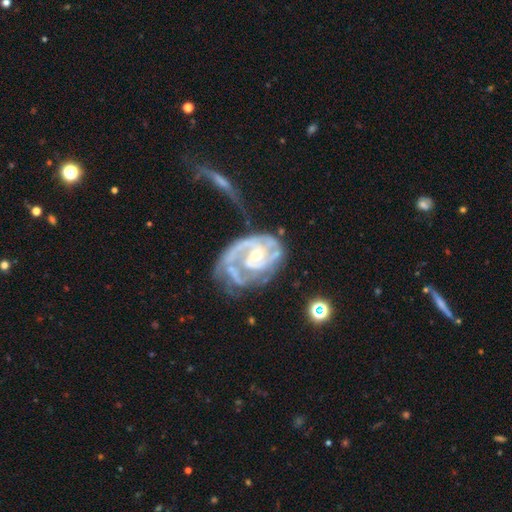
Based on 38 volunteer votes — Volunteers were most divided on "bulge size" (2-way tie): moderate: 50%, small: 50%, dominant: 0%, large: 0%, none: 0%. Remaining: spiral arms — yes (100%); edge-on disk — no (94%); smooth or featured — featured or disk (84%); spiral arm count — 2 (67%); spiral winding — tight (57%); bar — no (50%); merging — none (38%).